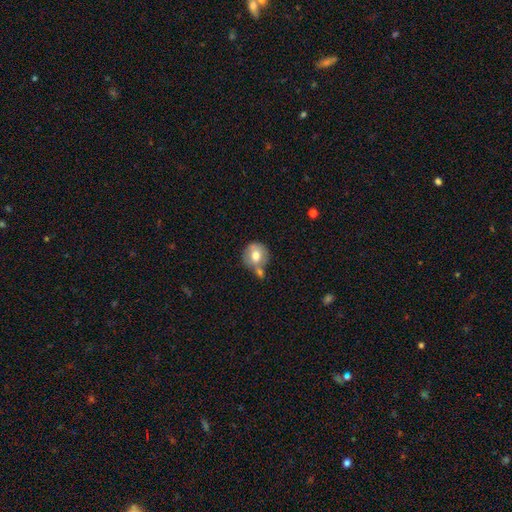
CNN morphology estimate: The model was most divided on "merging": none: 49%, merger: 30%, minor disturbance: 16%, major disturbance: 5%. More confident: how rounded — round (86%); smooth or featured — smooth (71%).